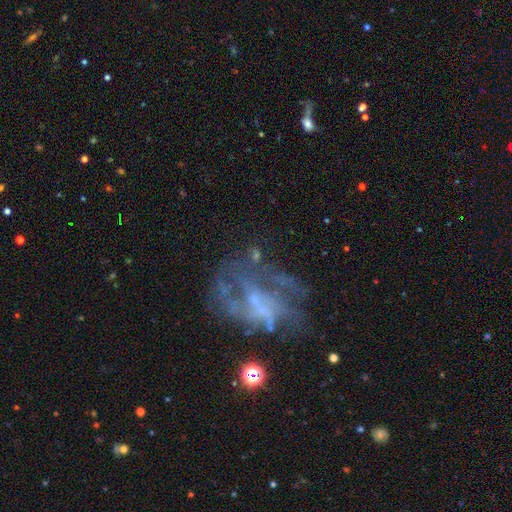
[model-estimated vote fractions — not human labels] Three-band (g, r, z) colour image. It shows a featured or disk galaxy (66%) with no bar (66%), no spiral arms (55%) and no central bulge (44%). Merging: none (41%).